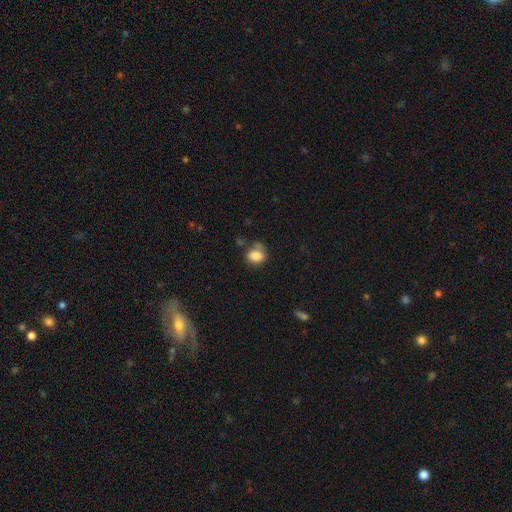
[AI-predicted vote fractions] This is clearly a smooth galaxy (83%). How rounded: possibly in between (57%). Merging: possibly none (55%).